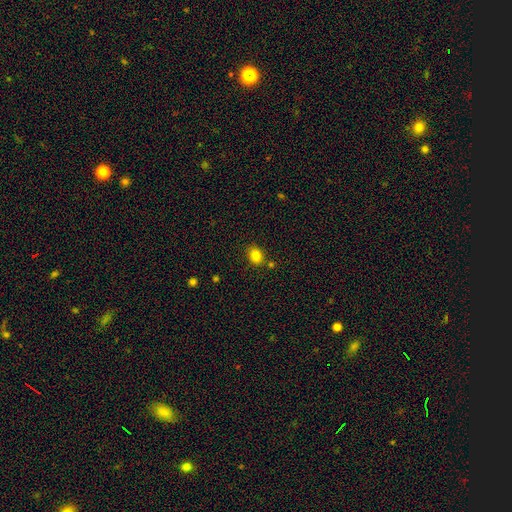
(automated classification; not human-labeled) The model was most divided on "how rounded": in between: 54%, round: 45%, cigar-shaped: 1%. More confident: smooth or featured — smooth (83%); merging — none (79%).